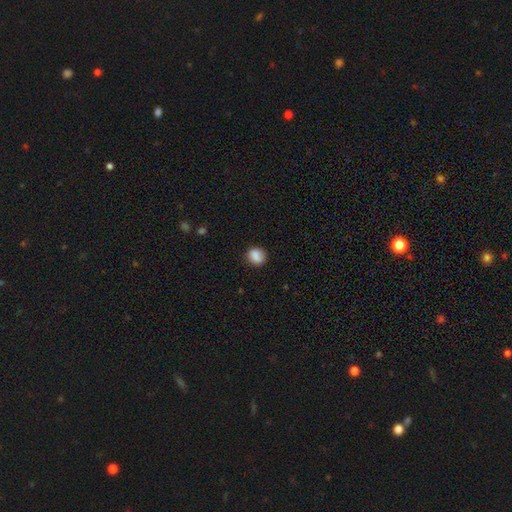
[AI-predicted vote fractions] The model was most divided on "how rounded": round: 66%, in between: 32%, cigar-shaped: 1%. More confident: smooth or featured — smooth (85%); merging — none (80%).